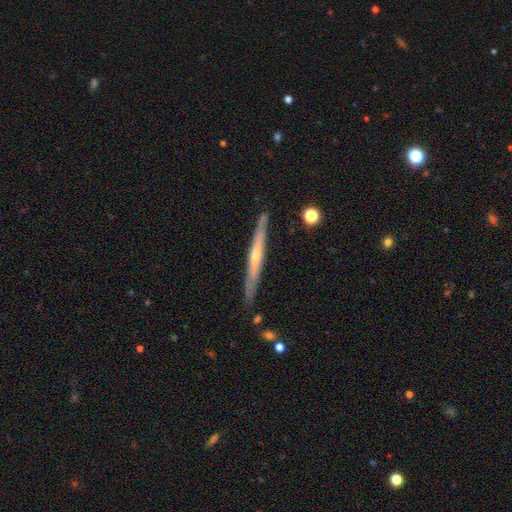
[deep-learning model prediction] This is likely a featured or disk galaxy (67%). It is clearly viewed edge-on (96%). Edge-on bulge: possibly rounded (58%). Merging: clearly none (86%).